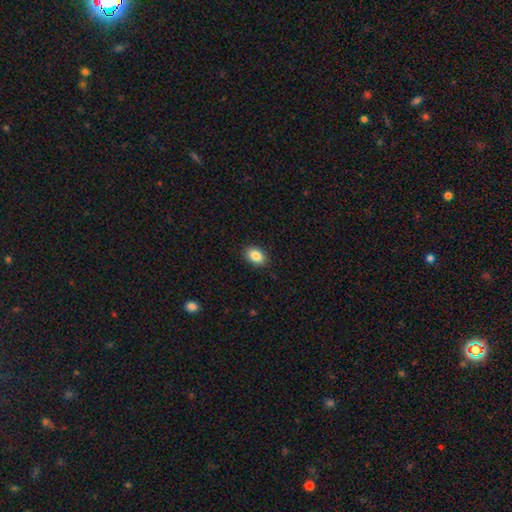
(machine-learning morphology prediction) smooth 86%, star or artifact 8%, featured or disk 6%. Down the decision tree: how rounded — in between (82%); merging — none (89%).